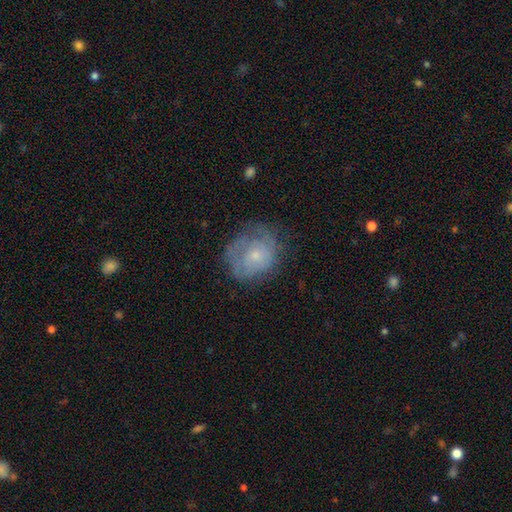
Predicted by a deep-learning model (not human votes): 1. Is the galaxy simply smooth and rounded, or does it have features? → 49% featured or disk, 42% smooth, 10% star or artifact.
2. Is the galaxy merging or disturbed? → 62% none, 24% minor disturbance, 13% major disturbance, 1% merger.